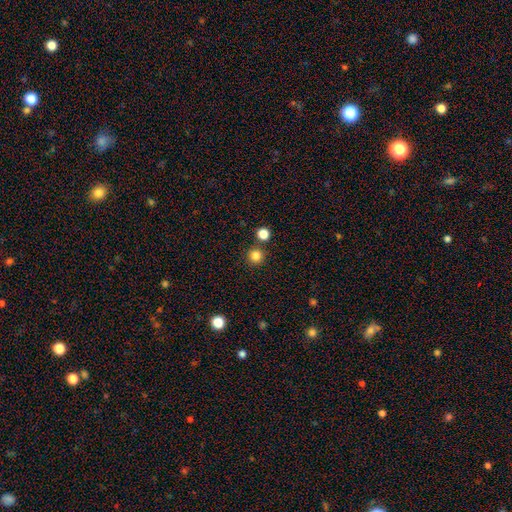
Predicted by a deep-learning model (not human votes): Smooth or featured?
  - smooth: 83% *
  - star or artifact: 13%
  - featured or disk: 4%
How rounded?
  - round: 96% *
  - in between: 3%
  - cigar-shaped: 1%
Merging?
  - none: 86% *
  - merger: 7%
  - minor disturbance: 5%
  - major disturbance: 2%